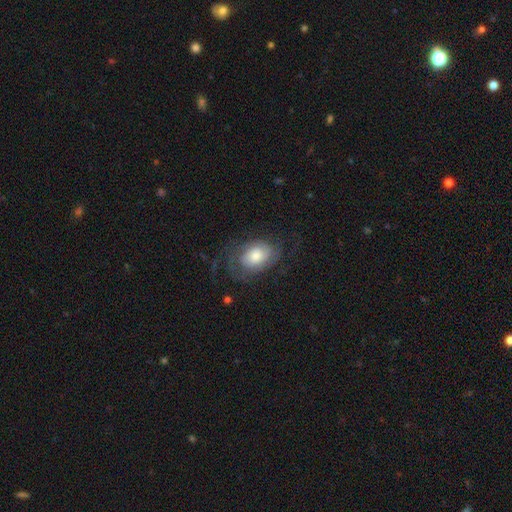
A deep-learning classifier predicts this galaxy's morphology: A featured or disk galaxy (64%) with no bar (76%), 2 (42%) tight (48%) spiral arms (84%) and a moderate central bulge (53%). Merging: none (62%).